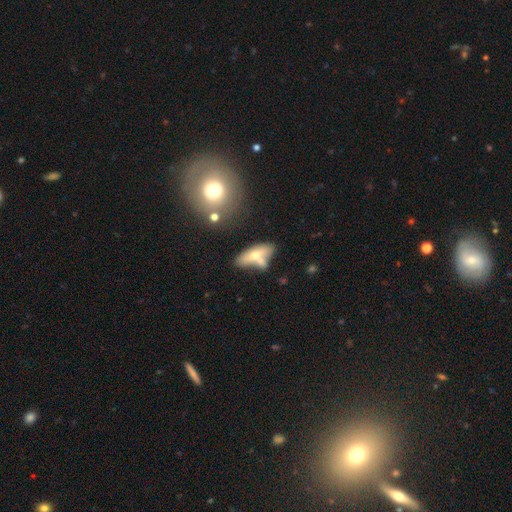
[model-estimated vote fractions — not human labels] Smooth or featured? Predicted: smooth (p=0.56). How rounded? Predicted: in between (p=0.68). Merging? Predicted: merger (p=0.42).